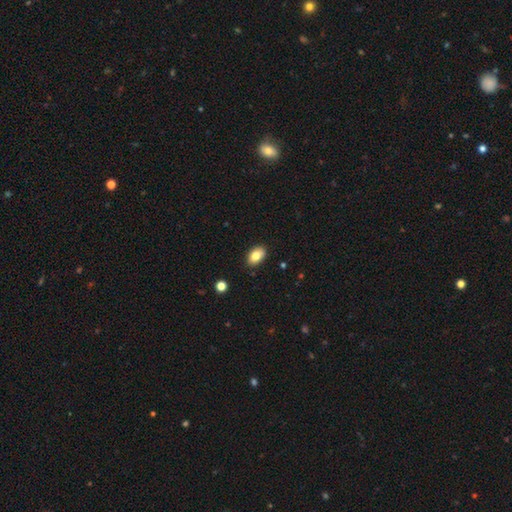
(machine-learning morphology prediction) Smooth or featured?
  - smooth: 82% *
  - featured or disk: 10%
  - star or artifact: 8%
How rounded?
  - in between: 90% *
  - round: 9%
  - cigar-shaped: 1%
Merging?
  - none: 87% *
  - minor disturbance: 9%
  - major disturbance: 2%
  - merger: 1%